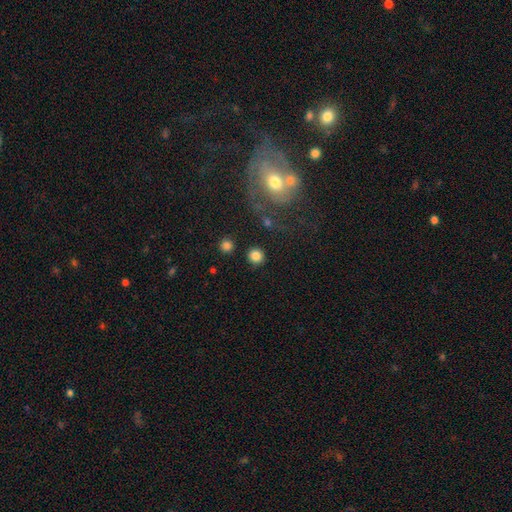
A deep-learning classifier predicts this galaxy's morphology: This is clearly a smooth galaxy (83%). How rounded: clearly round (92%). Merging: clearly none (86%).